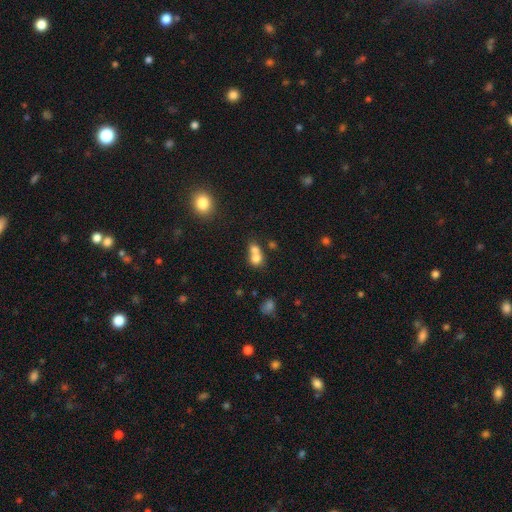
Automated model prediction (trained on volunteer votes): Q: Smooth or featured?
A: smooth (75%); runner-up: featured or disk (14%)
Q: How rounded?
A: round (70%); runner-up: in between (29%)
Q: Merging?
A: merger (65%); runner-up: none (26%)